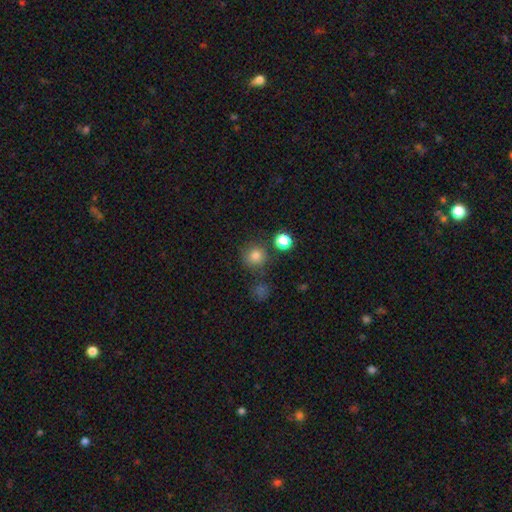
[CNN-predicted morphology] Smooth or featured?
  - smooth: 79% *
  - star or artifact: 15%
  - featured or disk: 6%
How rounded?
  - round: 92% *
  - in between: 7%
  - cigar-shaped: 1%
Merging?
  - none: 77% *
  - minor disturbance: 10%
  - merger: 8%
  - major disturbance: 4%